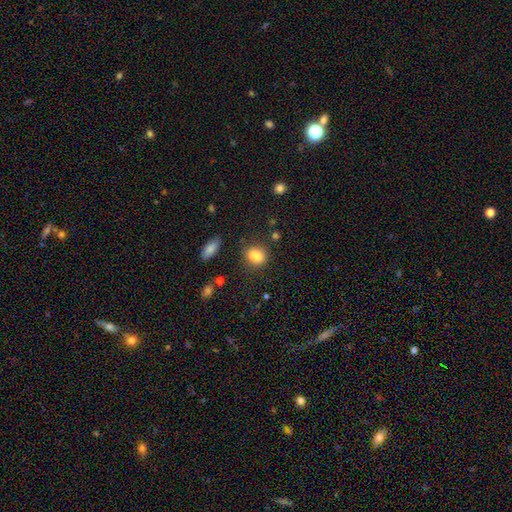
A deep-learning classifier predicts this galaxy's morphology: A smooth galaxy with no disk features (85%) that is round (51%).

Vote fractions:
- Smooth or featured? smooth: 85% / star or artifact: 10% / featured or disk: 6%
- How rounded? round: 51% / in between: 48% / cigar-shaped: 2%
- Merging? none: 75% / minor disturbance: 15% / merger: 5% / major disturbance: 5%